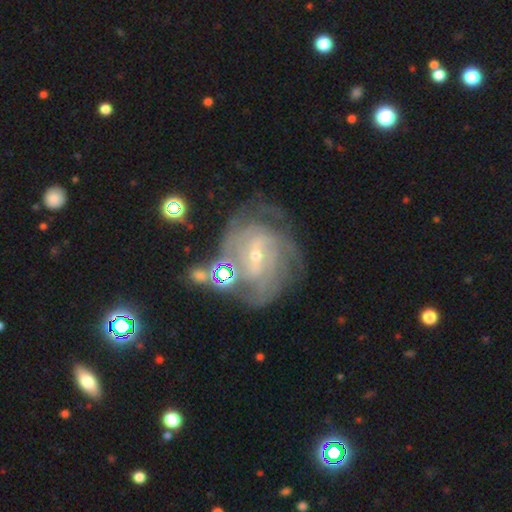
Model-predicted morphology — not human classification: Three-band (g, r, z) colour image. It shows a featured or disk galaxy (85%) with a weak bar (51%), tight (62%) spiral arms (95%) and a small central bulge (71%). Merging: none (62%).